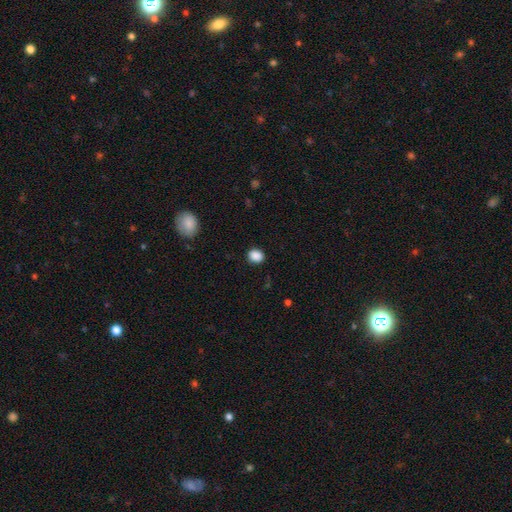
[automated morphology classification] type=smooth (88%); roundness=round (63%); merging=none (87%).